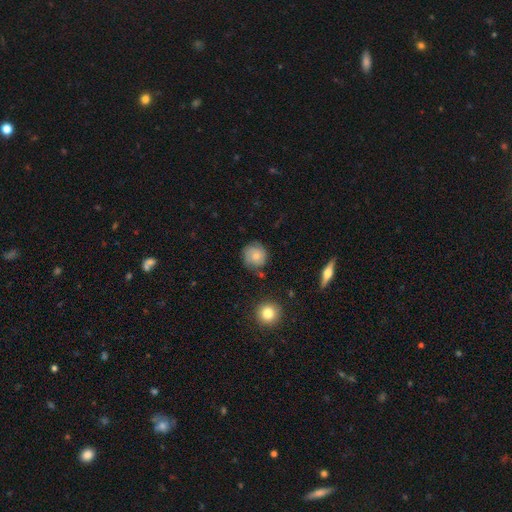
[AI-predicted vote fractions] Smooth or featured? Predicted: smooth (p=0.51). How rounded? Predicted: round (p=0.89). Merging? Predicted: none (p=0.74).